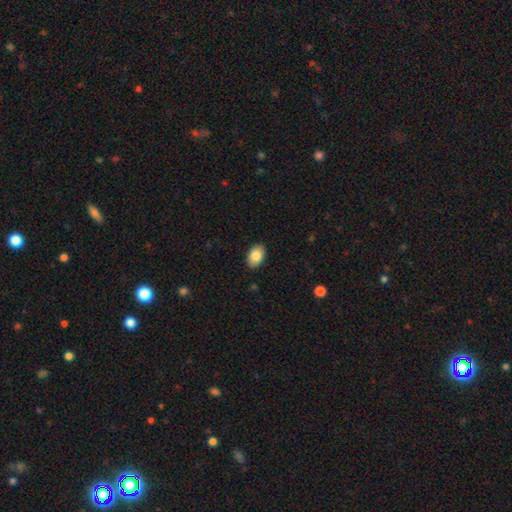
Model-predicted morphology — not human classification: Smooth or featured: smooth — 85% (featured or disk — 8%)
How rounded: in between — 89% (round — 10%)
Merging: none — 89% (minor disturbance — 8%)